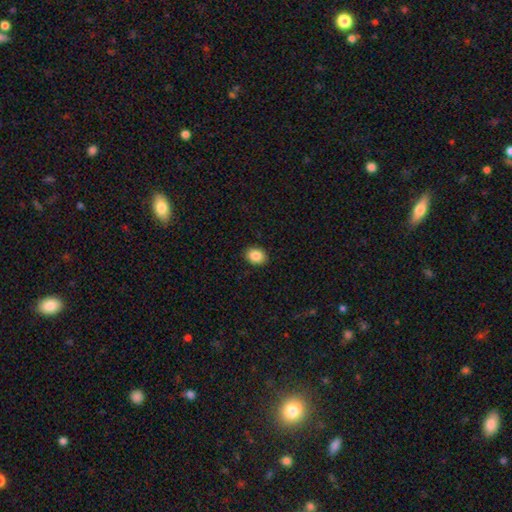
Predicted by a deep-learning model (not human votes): A smooth galaxy with no disk features (87%) that is in between round and cigar-shaped (62%).

Vote fractions:
- Smooth or featured? smooth: 87% / star or artifact: 8% / featured or disk: 5%
- How rounded? in between: 62% / round: 37% / cigar-shaped: 1%
- Merging? none: 90% / minor disturbance: 7% / major disturbance: 2% / merger: 1%